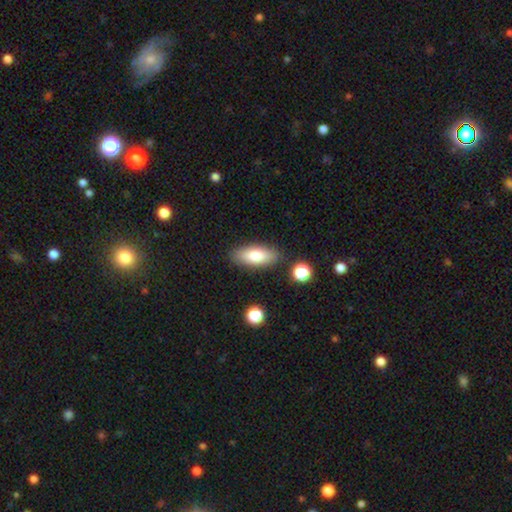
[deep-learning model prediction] smooth_or_featured: smooth (p=0.77) [alt: featured or disk p=0.16]
how_rounded: in between (p=0.80) [alt: cigar-shaped p=0.17]
merging: none (p=0.85) [alt: minor disturbance p=0.10]